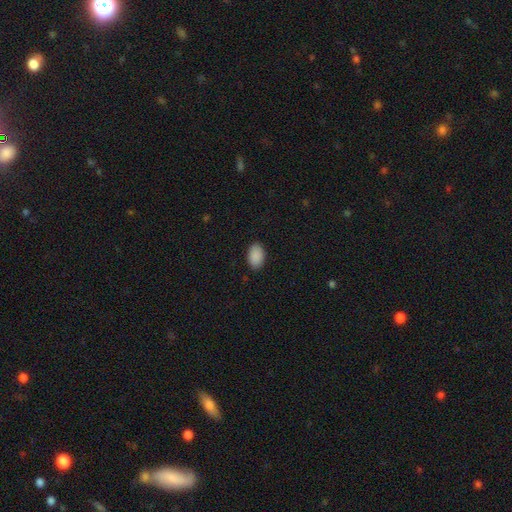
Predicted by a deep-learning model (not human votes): A smooth galaxy with no disk features (90%) that is in between round and cigar-shaped (91%). Merging: none (88%).